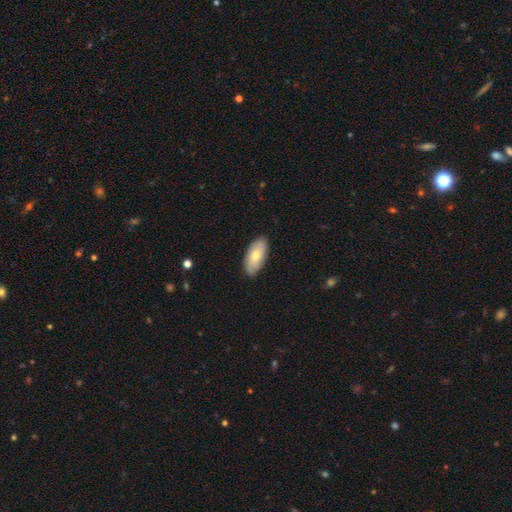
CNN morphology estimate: Smooth or featured?
  - smooth: 68% *
  - featured or disk: 26%
  - star or artifact: 6%
How rounded?
  - in between: 92% *
  - cigar-shaped: 6%
  - round: 2%
Merging?
  - none: 85% *
  - minor disturbance: 12%
  - major disturbance: 2%
  - merger: 1%